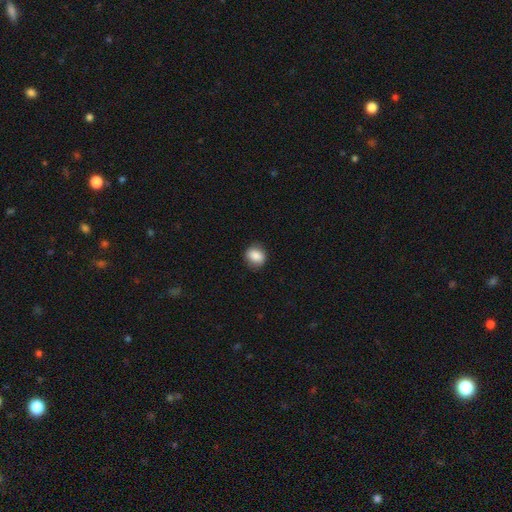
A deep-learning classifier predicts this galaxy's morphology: type=smooth (87%); roundness=round (58%); merging=none (85%).